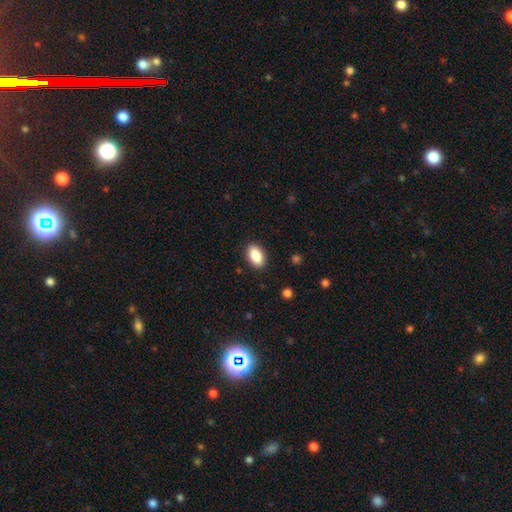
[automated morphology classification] Smooth or featured? Predicted: smooth (p=0.88). How rounded? Predicted: in between (p=0.93). Merging? Predicted: none (p=0.89).